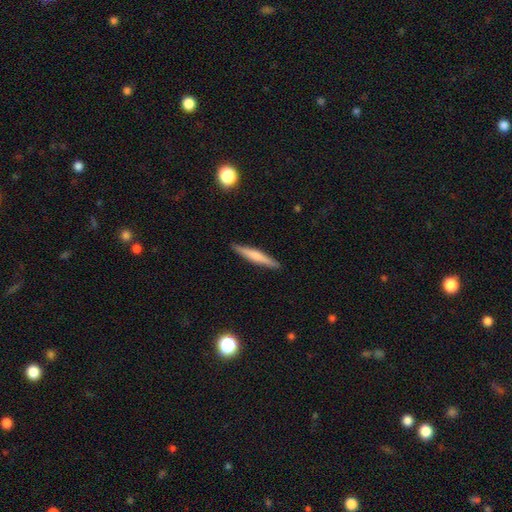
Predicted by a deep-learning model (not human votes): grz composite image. It shows a smooth galaxy with no disk features (56%) that is cigar-shaped (94%). Merging: none (90%).